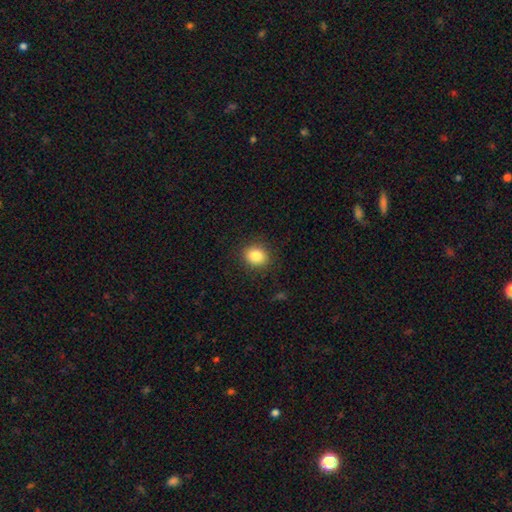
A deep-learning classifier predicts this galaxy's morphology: smooth 84%, star or artifact 10%, featured or disk 6%. Down the decision tree: how rounded — round (69%); merging — none (89%).